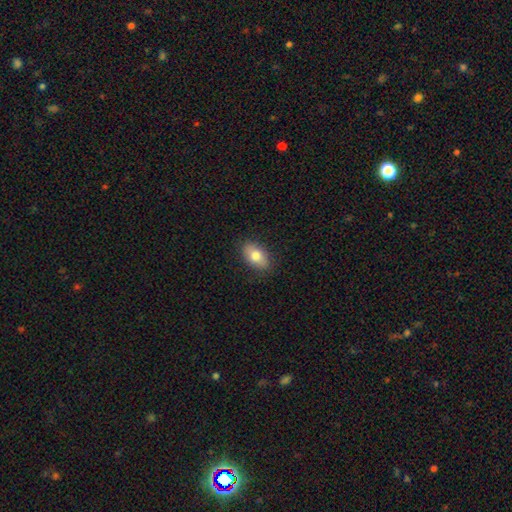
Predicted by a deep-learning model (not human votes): Smooth or featured?
  - smooth: 79% *
  - featured or disk: 14%
  - star or artifact: 7%
How rounded?
  - in between: 89% *
  - round: 9%
  - cigar-shaped: 2%
Merging?
  - none: 86% *
  - minor disturbance: 11%
  - major disturbance: 2%
  - merger: 1%